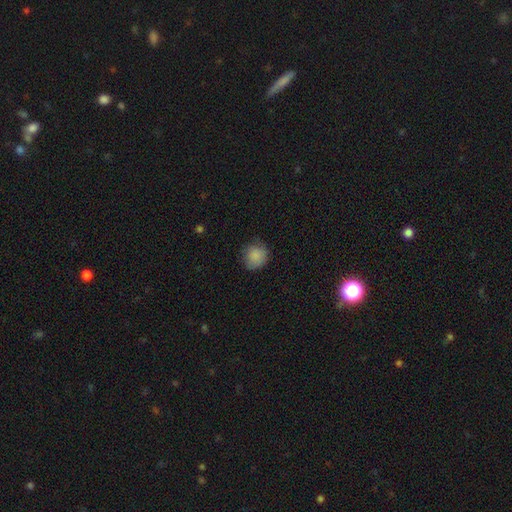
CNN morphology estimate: The model was most divided on "merging": none: 76%, minor disturbance: 19%, major disturbance: 4%, merger: 1%. More confident: how rounded — round (87%); smooth or featured — smooth (86%).